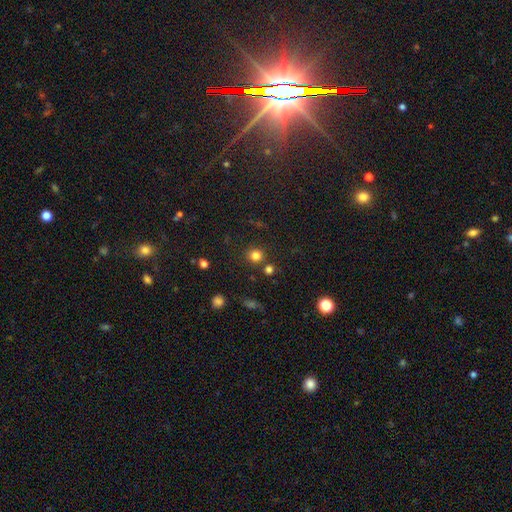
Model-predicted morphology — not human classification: The model was most divided on "smooth or featured": smooth: 80%, star or artifact: 15%, featured or disk: 5%. More confident: how rounded — round (88%); merging — none (82%).